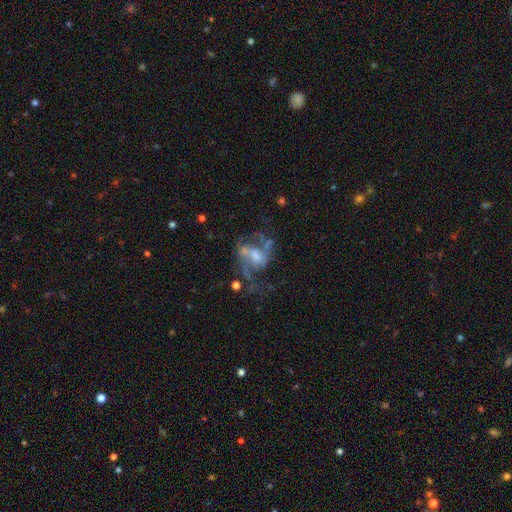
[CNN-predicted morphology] A featured or disk galaxy (81%) with a weak bar (45%), 2 (68%) medium (46%) spiral arms (87%) and a moderate central bulge (44%). Merging: none (46%).